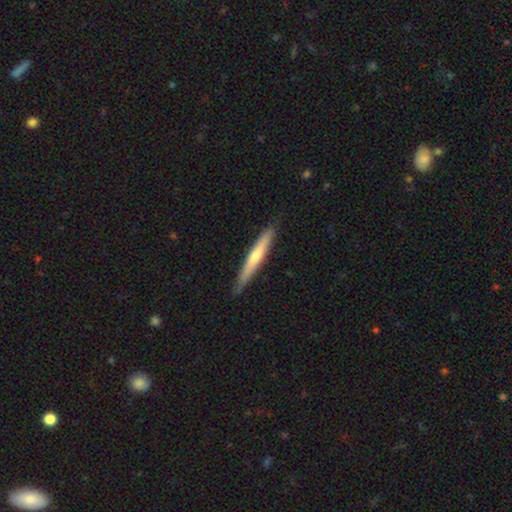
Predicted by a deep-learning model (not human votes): A smooth galaxy with no disk features (52%) that is cigar-shaped (95%).

Vote fractions:
- Smooth or featured? smooth: 52% / featured or disk: 43% / star or artifact: 5%
- How rounded? cigar-shaped: 95% / in between: 4% / round: 1%
- Merging? none: 87% / minor disturbance: 11% / major disturbance: 2% / merger: 1%